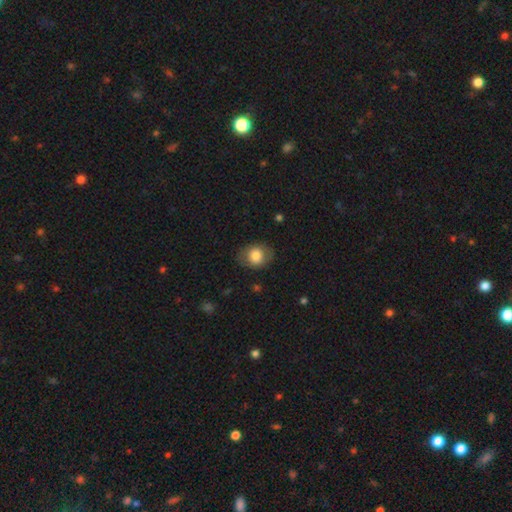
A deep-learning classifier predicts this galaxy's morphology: type=smooth (77%); roundness=in between (56%); merging=none (80%).